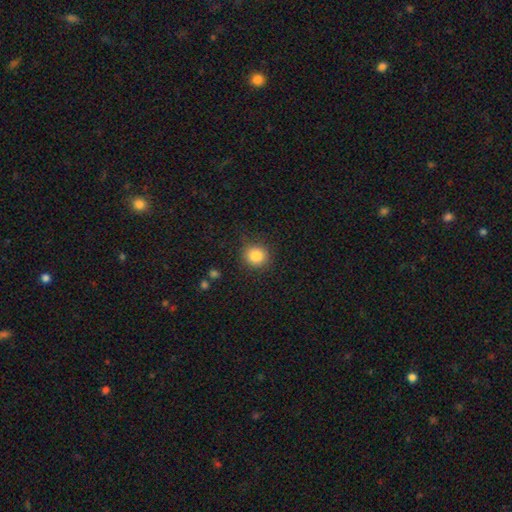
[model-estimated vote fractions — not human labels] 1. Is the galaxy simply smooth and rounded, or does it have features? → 84% smooth, 10% star or artifact, 6% featured or disk.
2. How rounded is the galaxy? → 88% round, 12% in between, 1% cigar-shaped.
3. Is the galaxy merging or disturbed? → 86% none, 10% minor disturbance, 3% major disturbance, 1% merger.